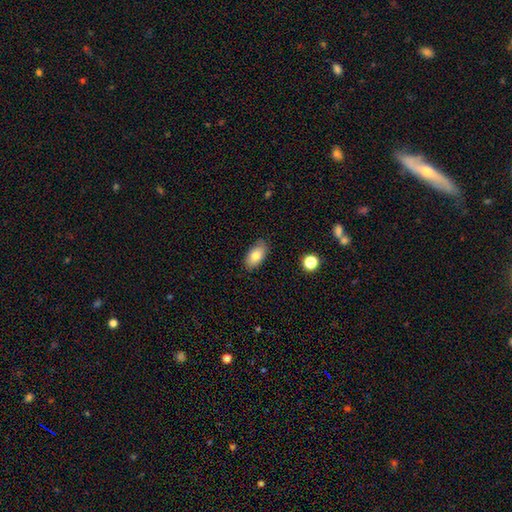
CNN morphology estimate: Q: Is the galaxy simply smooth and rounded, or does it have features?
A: smooth — 80%.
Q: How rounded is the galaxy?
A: in between — 92%.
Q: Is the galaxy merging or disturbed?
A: none — 82%.